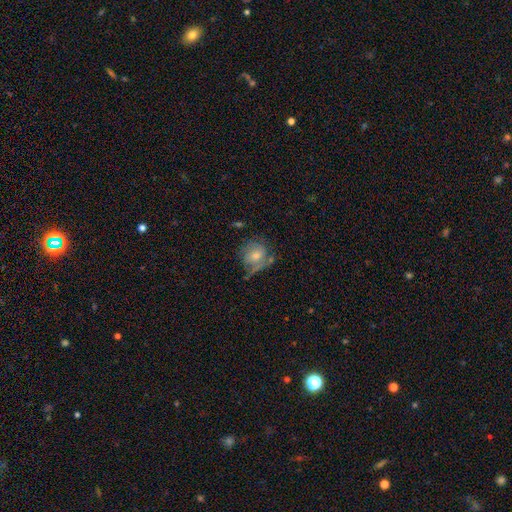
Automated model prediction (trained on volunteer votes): smooth_or_featured: smooth (p=0.55) [alt: featured or disk p=0.36]
how_rounded: round (p=0.71) [alt: in between p=0.28]
merging: none (p=0.46) [alt: minor disturbance p=0.28]